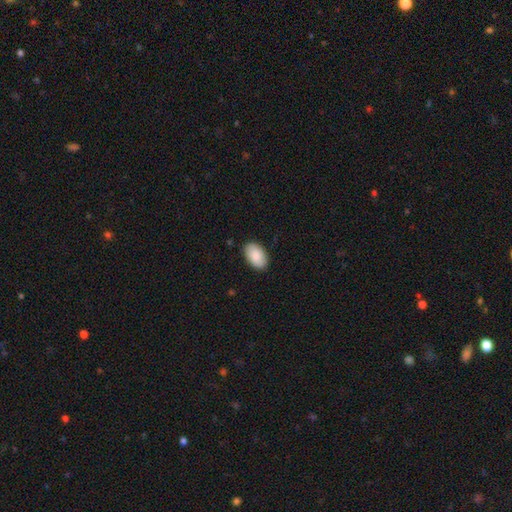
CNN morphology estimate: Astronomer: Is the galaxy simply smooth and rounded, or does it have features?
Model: smooth — 88%.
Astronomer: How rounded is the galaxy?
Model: in between — 94%.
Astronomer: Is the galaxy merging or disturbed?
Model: none — 88%.